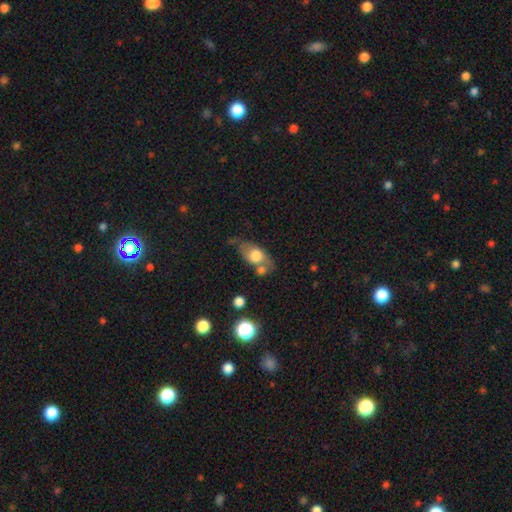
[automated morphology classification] A smooth galaxy with no disk features (59%) that is in between round and cigar-shaped (78%). Merging: none (48%).